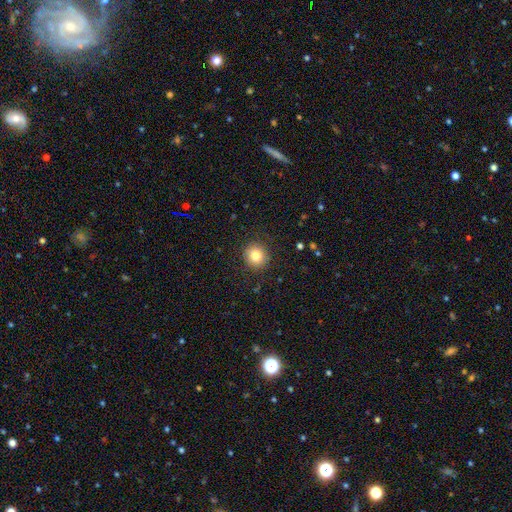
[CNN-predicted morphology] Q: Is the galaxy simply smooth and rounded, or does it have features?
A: smooth — 81%.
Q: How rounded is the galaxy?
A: round — 92%.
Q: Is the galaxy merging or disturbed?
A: none — 90%.